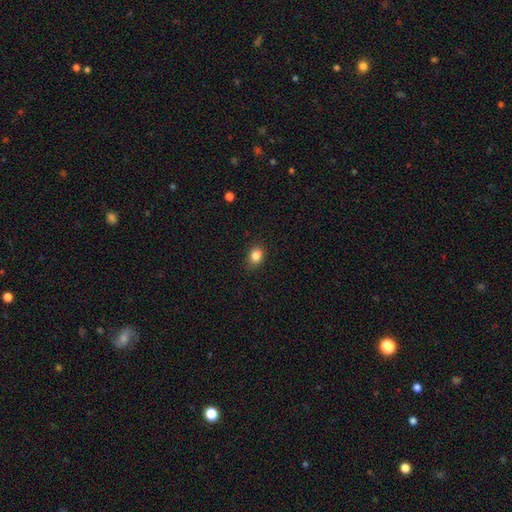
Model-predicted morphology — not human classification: Overall: smooth (85%). How rounded: in between (56%; round 43%). Merging: none (86%).